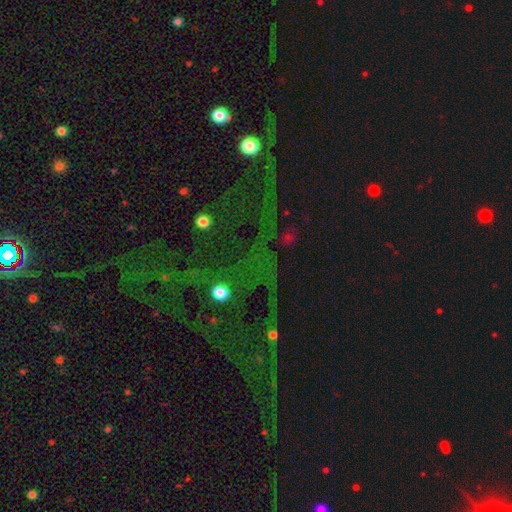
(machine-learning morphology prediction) Overall: star or artifact (80%).